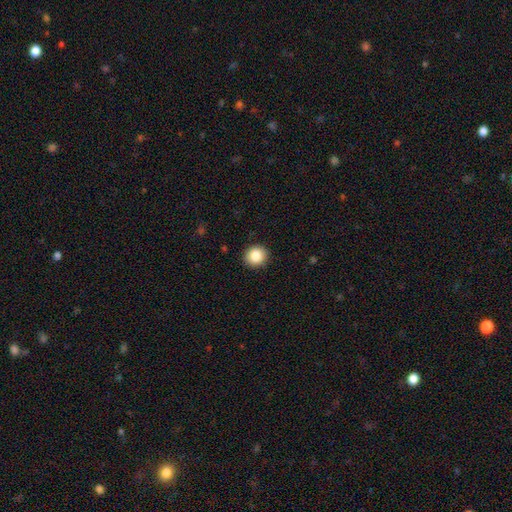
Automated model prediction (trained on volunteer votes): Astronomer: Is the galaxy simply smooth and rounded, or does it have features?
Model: smooth — 85%.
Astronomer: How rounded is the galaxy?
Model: round — 85%.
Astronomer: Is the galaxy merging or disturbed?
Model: none — 91%.